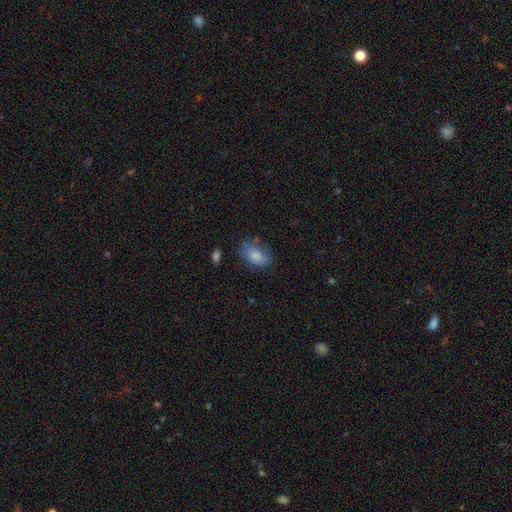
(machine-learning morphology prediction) A smooth galaxy with no disk features (83%) that is in between round and cigar-shaped (90%).

Vote fractions:
- Smooth or featured? smooth: 83% / featured or disk: 9% / star or artifact: 7%
- How rounded? in between: 90% / round: 8% / cigar-shaped: 2%
- Merging? none: 68% / minor disturbance: 22% / major disturbance: 6% / merger: 4%